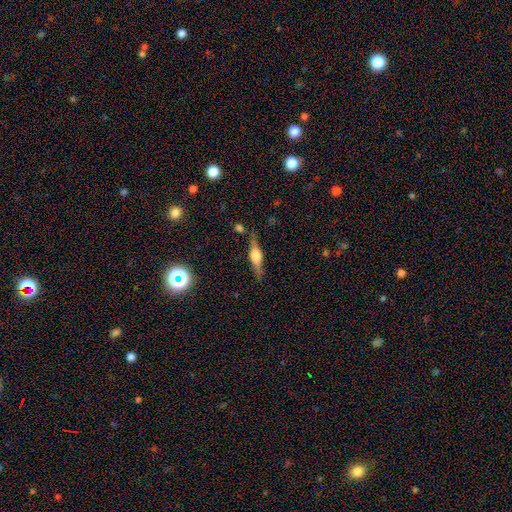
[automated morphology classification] This appears to be a featured or disk galaxy (67%) viewed edge-on (96%) with a rounded central bulge (87%). Merging: none (79%).